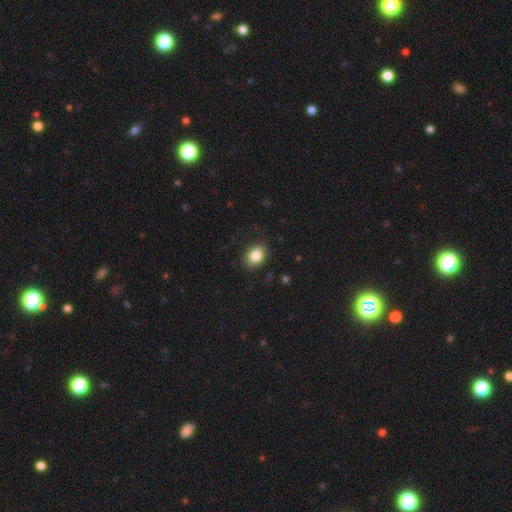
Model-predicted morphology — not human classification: Smooth or featured? smooth (84%)
How rounded? in between (70%)
Merging? none (83%)